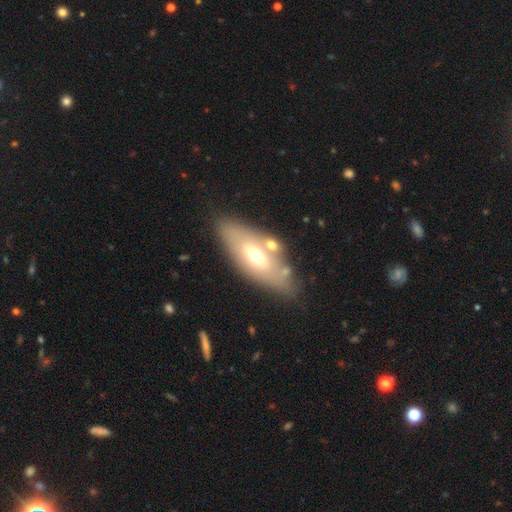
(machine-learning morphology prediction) Overall: smooth (51%; featured or disk 41%). How rounded: in between (77%). Merging: none (70%).